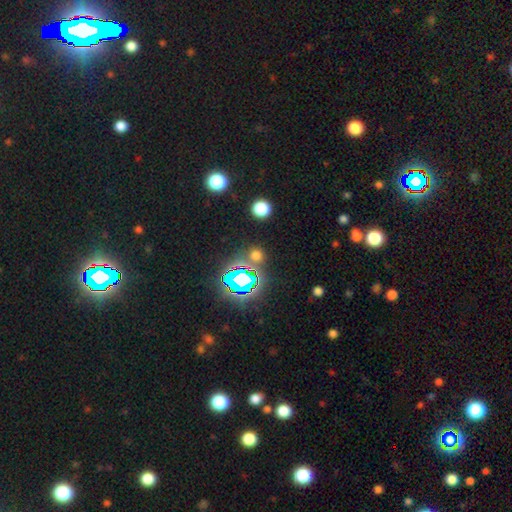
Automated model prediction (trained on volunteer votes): This is possibly a smooth galaxy (51%). How rounded: clearly round (86%). Merging: likely none (78%).